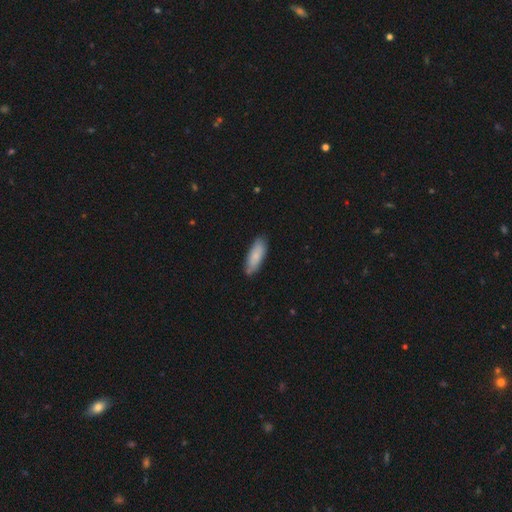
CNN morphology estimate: A smooth galaxy with no disk features (83%) that is in between round and cigar-shaped (59%). Merging: none (81%).